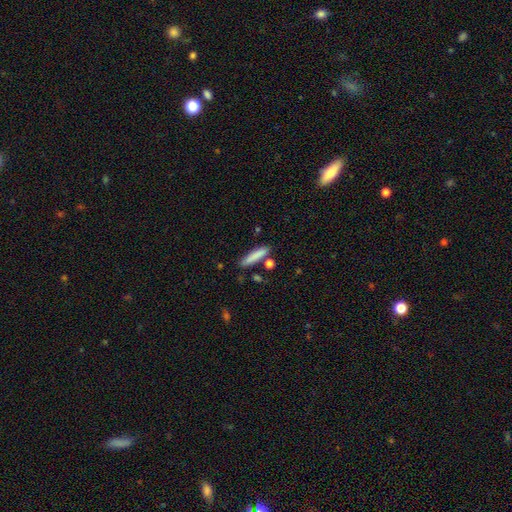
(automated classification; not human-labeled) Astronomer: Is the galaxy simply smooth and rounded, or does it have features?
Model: smooth — 83%.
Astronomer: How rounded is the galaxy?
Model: cigar-shaped — 83%.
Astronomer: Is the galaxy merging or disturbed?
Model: none — 79%.